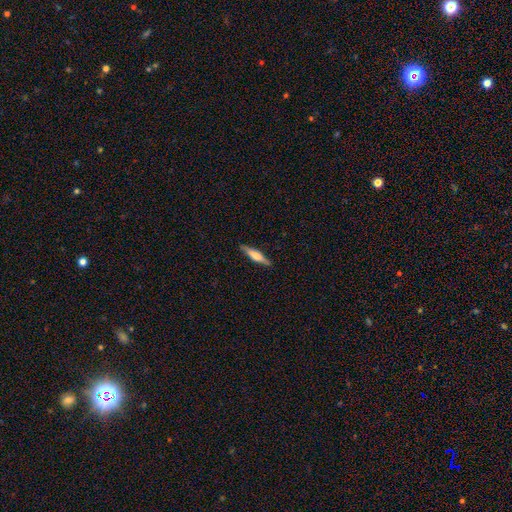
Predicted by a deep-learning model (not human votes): Smooth or featured: featured or disk — 54% (smooth — 41%)
Edge-on disk: yes — 96% (no — 4%)
Edge-on bulge: rounded — 79% (boxy — 15%)
Merging: none — 89% (minor disturbance — 8%)